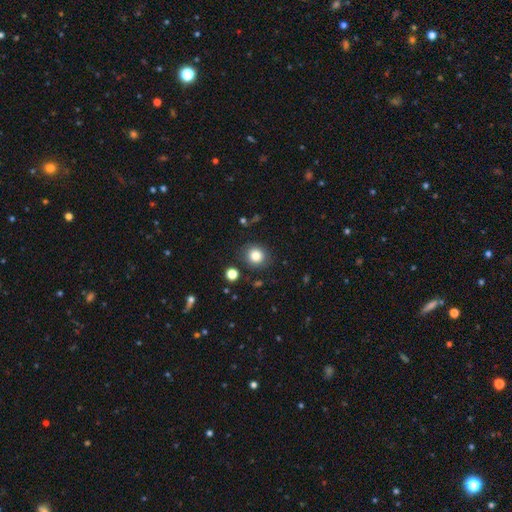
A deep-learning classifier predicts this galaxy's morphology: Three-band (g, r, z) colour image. It shows a smooth galaxy with no disk features (83%) that is round (83%). Merging: none (86%).